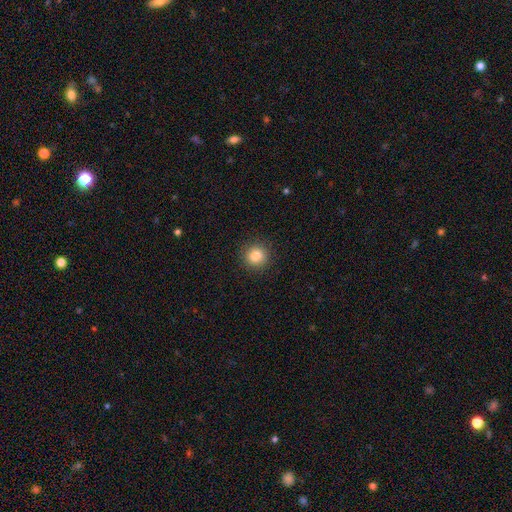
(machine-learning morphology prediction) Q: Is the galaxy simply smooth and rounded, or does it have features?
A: smooth — 84%.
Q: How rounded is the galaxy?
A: round — 90%.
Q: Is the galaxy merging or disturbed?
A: none — 91%.